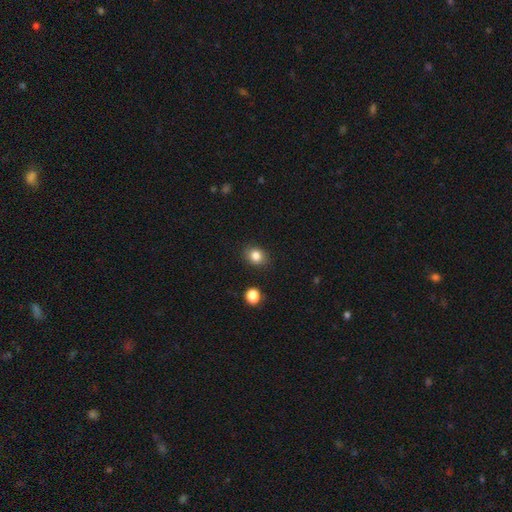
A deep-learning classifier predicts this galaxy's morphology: This is clearly a smooth galaxy (83%). How rounded: possibly round (57%). Merging: clearly none (86%).